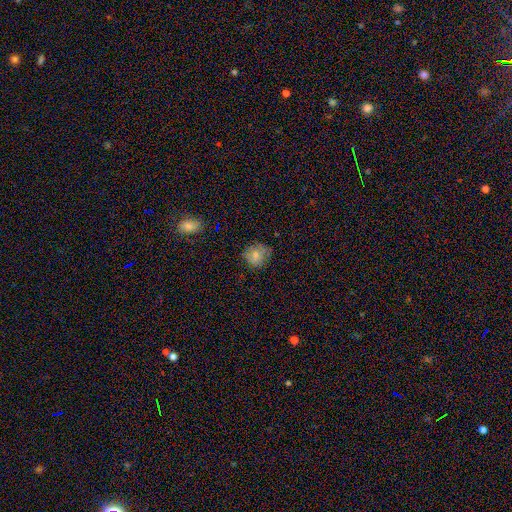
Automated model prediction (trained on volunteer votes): Smooth or featured?
  - smooth: 74% *
  - featured or disk: 13%
  - star or artifact: 13%
How rounded?
  - round: 84% *
  - in between: 15%
  - cigar-shaped: 1%
Merging?
  - none: 75% *
  - minor disturbance: 19%
  - major disturbance: 5%
  - merger: 2%